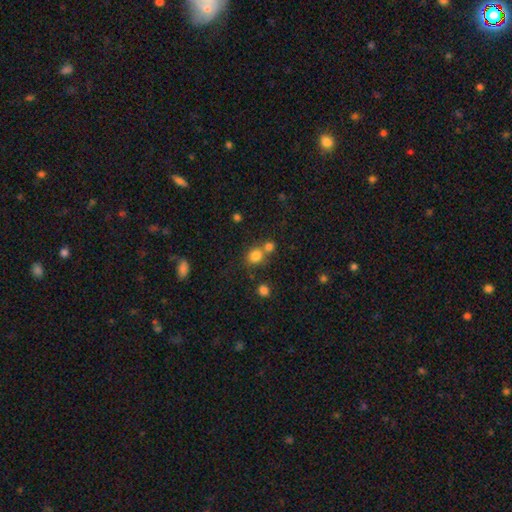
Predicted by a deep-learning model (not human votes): The model was most divided on "merging": none: 54%, merger: 34%, minor disturbance: 8%, major disturbance: 4%. More confident: smooth or featured — smooth (80%); how rounded — round (78%).